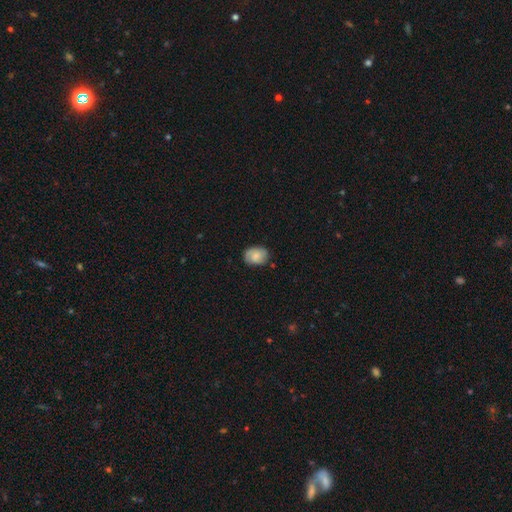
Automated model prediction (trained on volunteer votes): Q: Smooth or featured?
A: smooth (61%); runner-up: featured or disk (31%)
Q: How rounded?
A: in between (64%); runner-up: round (35%)
Q: Merging?
A: none (76%); runner-up: minor disturbance (18%)